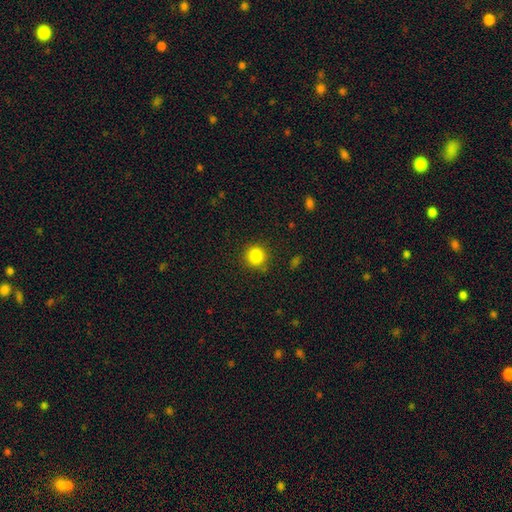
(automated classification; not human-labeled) smooth 85%, star or artifact 11%, featured or disk 4%. Down the decision tree: how rounded — round (92%); merging — none (87%).